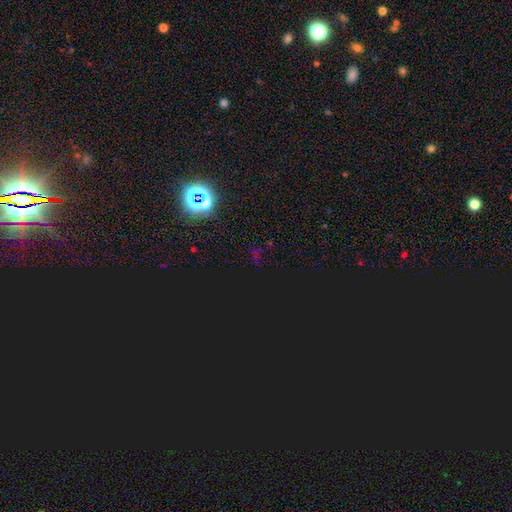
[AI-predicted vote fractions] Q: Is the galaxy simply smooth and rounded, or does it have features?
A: star or artifact — 77%.